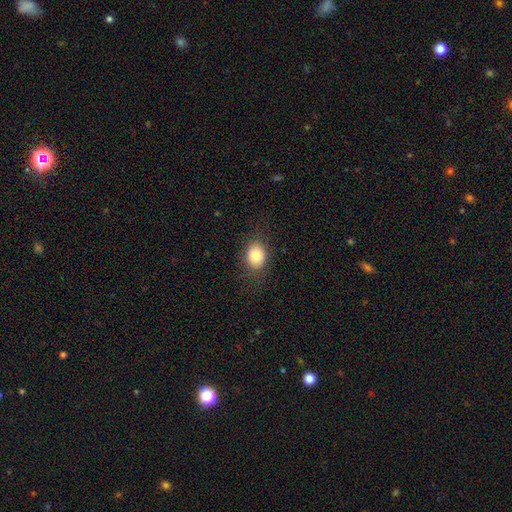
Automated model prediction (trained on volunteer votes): Smooth or featured? Predicted: smooth (p=0.81). How rounded? Predicted: in between (p=0.55). Merging? Predicted: none (p=0.83).